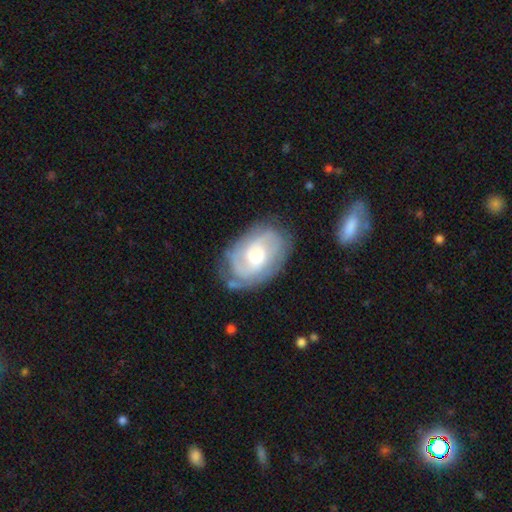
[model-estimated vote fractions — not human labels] smooth_or_featured: featured or disk (p=0.77) [alt: smooth p=0.17]
disk_edge_on: no (p=0.97) [alt: yes p=0.03]
bar: no (p=0.60) [alt: weak p=0.34]
has_spiral_arms: yes (p=0.91) [alt: no p=0.09]
spiral_winding: tight (p=0.51) [alt: medium p=0.38]
spiral_arm_count: 2 (p=0.52) [alt: can't tell p=0.24]
bulge_size: moderate (p=0.60) [alt: small p=0.21]
merging: none (p=0.68) [alt: minor disturbance p=0.21]